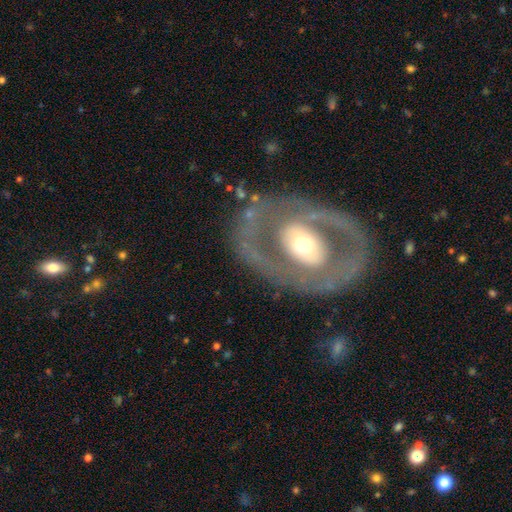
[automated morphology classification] Overall: featured or disk (77%). Edge-on disk: no (94%). Bar: no (61%; weak 24%). Spiral arms: no (57%; yes 43%). Bulge size: moderate (61%). Merging: none (74%).